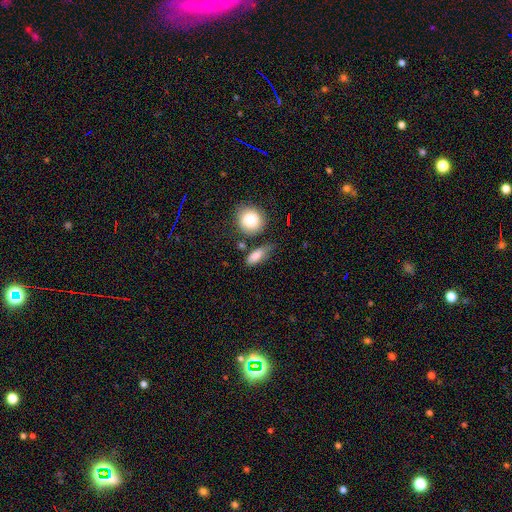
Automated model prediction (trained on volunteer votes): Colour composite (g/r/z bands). It shows a smooth galaxy with no disk features (80%) that is in between round and cigar-shaped (67%). Merging: none (52%).